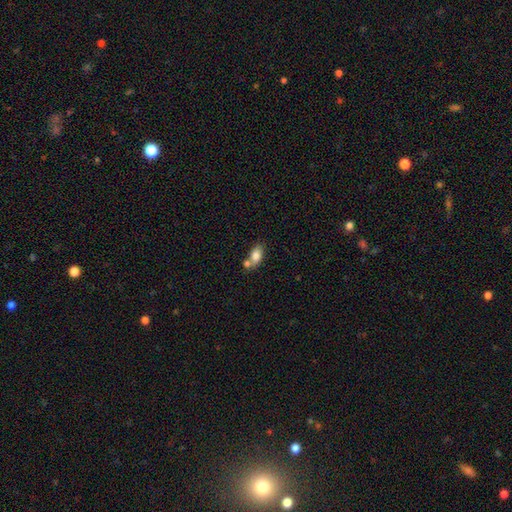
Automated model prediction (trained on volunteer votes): smooth_or_featured: smooth (p=0.81) [alt: featured or disk p=0.11]
how_rounded: in between (p=0.87) [alt: round p=0.09]
merging: none (p=0.47) [alt: merger p=0.35]